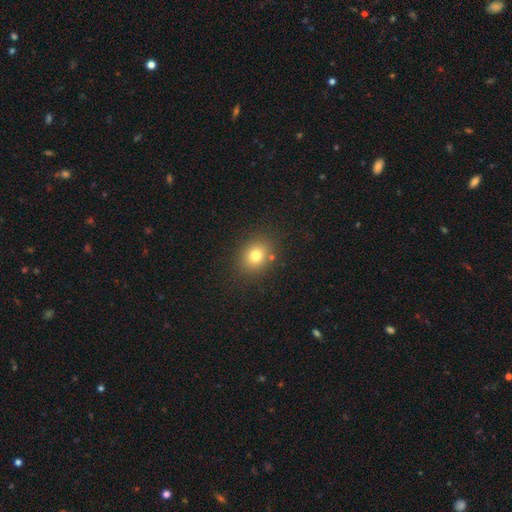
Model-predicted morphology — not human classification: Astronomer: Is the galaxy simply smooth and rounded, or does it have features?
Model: smooth — 77%.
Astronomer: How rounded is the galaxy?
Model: round — 61% (runner-up: in between, 38%).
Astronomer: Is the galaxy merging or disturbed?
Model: none — 84%.